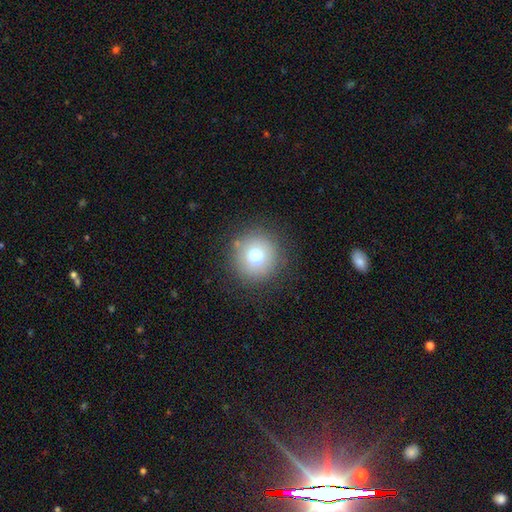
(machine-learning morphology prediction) A smooth galaxy with no disk features (73%) that is round (95%). Merging: none (88%).